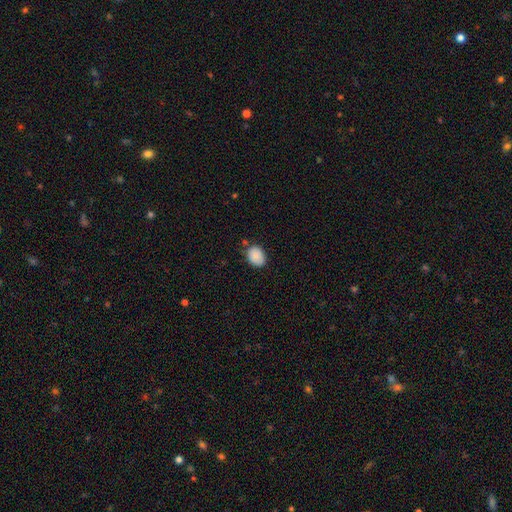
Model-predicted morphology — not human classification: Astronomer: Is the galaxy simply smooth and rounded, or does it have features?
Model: smooth — 88%.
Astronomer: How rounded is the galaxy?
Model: in between — 64%.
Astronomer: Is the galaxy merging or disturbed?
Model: none — 72%.